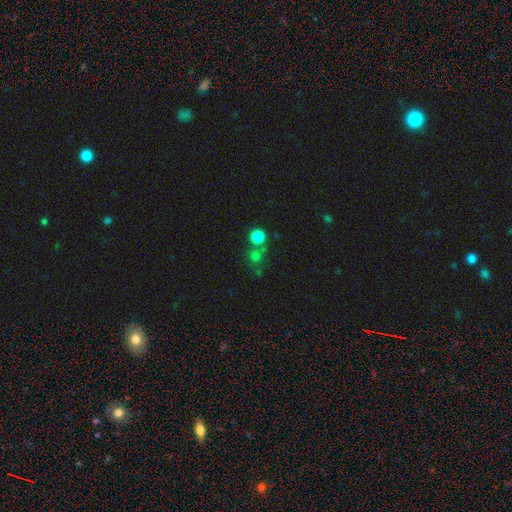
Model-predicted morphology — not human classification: A smooth galaxy with no disk features (73%) that is round (90%). Merging: none (60%).